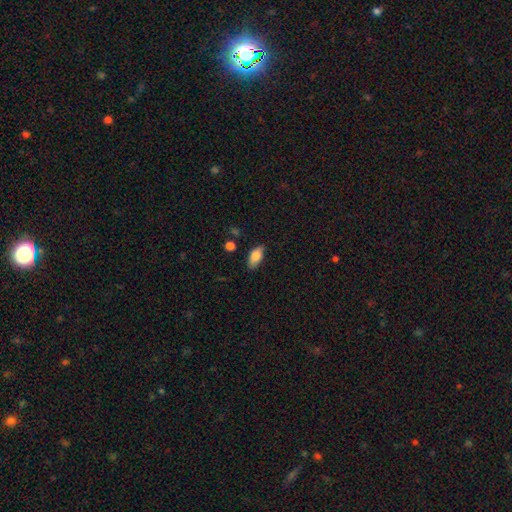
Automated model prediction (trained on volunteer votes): Overall: smooth (81%). How rounded: in between (89%). Merging: none (76%).